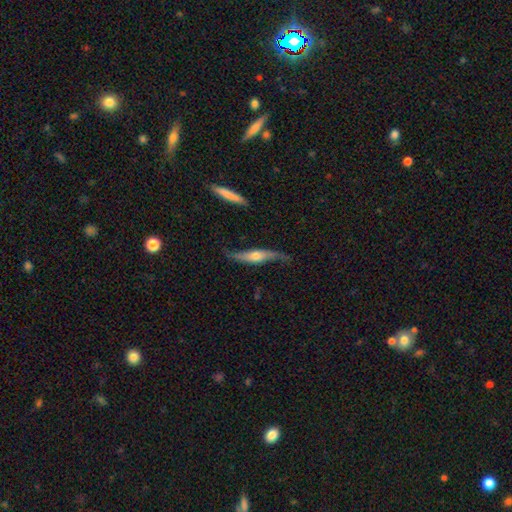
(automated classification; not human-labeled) This appears to be a featured or disk galaxy (74%) viewed edge-on (53%). Merging: none (67%).